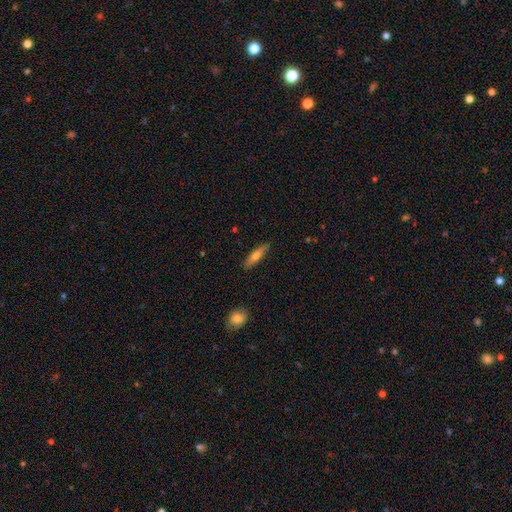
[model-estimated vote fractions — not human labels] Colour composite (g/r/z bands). It shows a smooth galaxy with no disk features (62%) that is cigar-shaped (77%). Merging: none (87%).